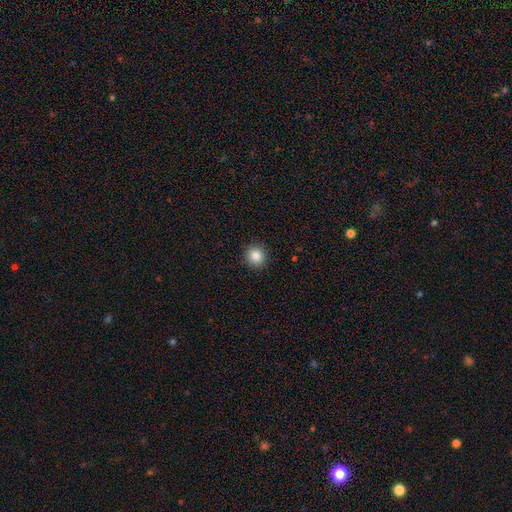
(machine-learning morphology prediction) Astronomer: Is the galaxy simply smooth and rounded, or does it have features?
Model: smooth — 85%.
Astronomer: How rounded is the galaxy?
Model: round — 93%.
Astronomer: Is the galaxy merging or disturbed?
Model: none — 92%.